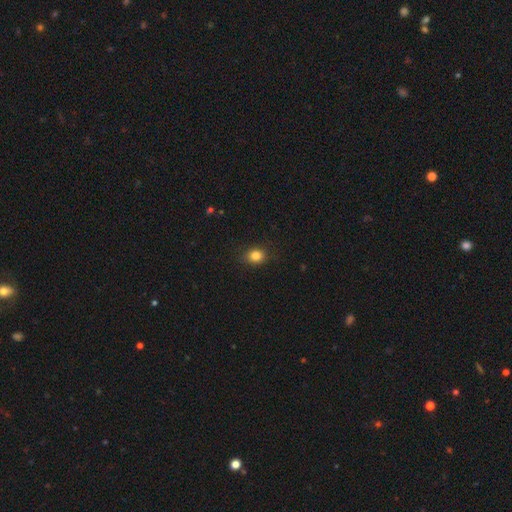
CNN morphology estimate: A smooth galaxy with no disk features (83%) that is round (60%). Merging: none (85%).